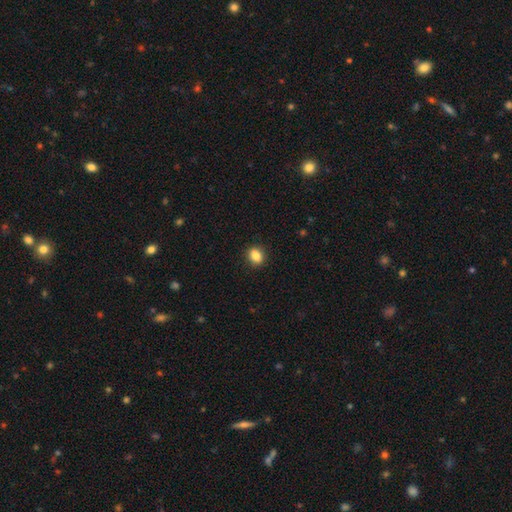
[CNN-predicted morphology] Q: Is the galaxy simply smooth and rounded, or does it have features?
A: smooth — 86%.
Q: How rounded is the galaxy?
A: in between — 52%.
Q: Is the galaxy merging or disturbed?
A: none — 89%.